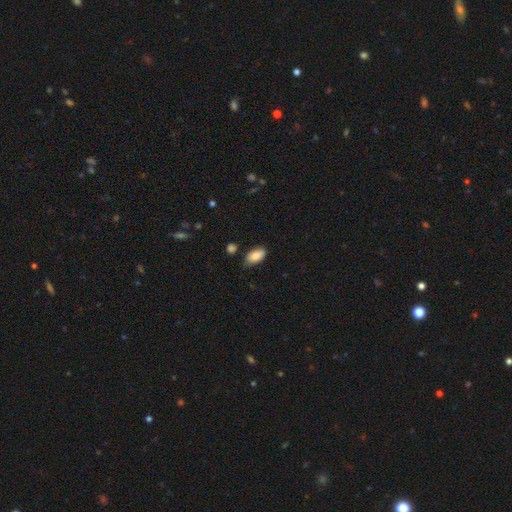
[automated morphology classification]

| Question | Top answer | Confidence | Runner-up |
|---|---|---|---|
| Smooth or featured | smooth | 86% | featured or disk (7%) |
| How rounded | in between | 94% | round (4%) |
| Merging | none | 71% | minor disturbance (23%) |